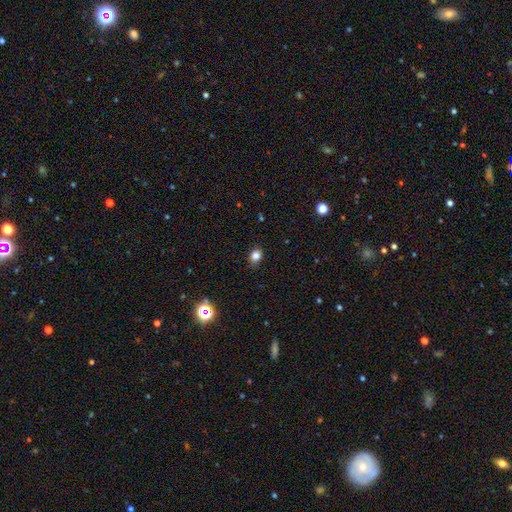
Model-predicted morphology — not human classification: Smooth or featured?
  - smooth: 82% *
  - star or artifact: 13%
  - featured or disk: 5%
How rounded?
  - in between: 51% *
  - round: 48%
  - cigar-shaped: 1%
Merging?
  - none: 83% *
  - minor disturbance: 13%
  - major disturbance: 3%
  - merger: 1%